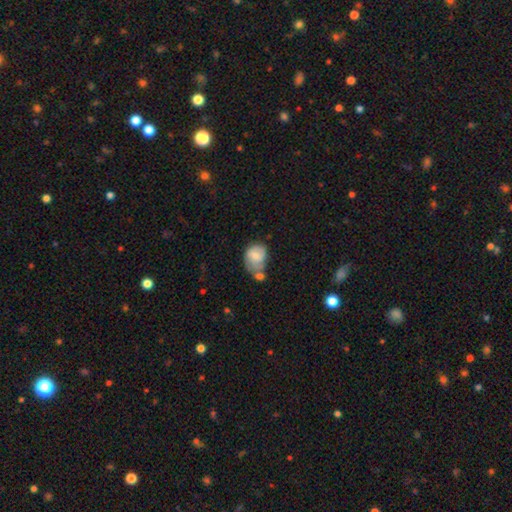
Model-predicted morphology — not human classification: smooth_or_featured: smooth (p=0.67) [alt: featured or disk p=0.26]
how_rounded: in between (p=0.54) [alt: round p=0.45]
merging: merger (p=0.39) [alt: none p=0.28]